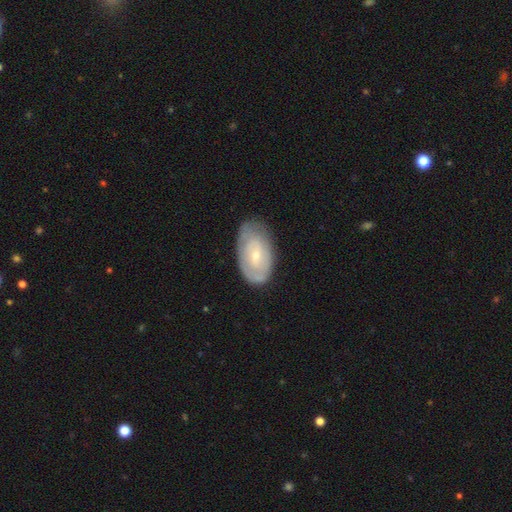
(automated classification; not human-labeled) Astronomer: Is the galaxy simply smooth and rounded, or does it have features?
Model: featured or disk — 58% (runner-up: smooth, 36%).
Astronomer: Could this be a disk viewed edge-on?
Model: no — 94%.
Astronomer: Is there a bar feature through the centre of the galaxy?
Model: no — 68%.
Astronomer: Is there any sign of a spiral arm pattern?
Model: yes — 64%.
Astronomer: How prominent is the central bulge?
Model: small — 68%.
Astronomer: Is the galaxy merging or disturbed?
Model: none — 70%.